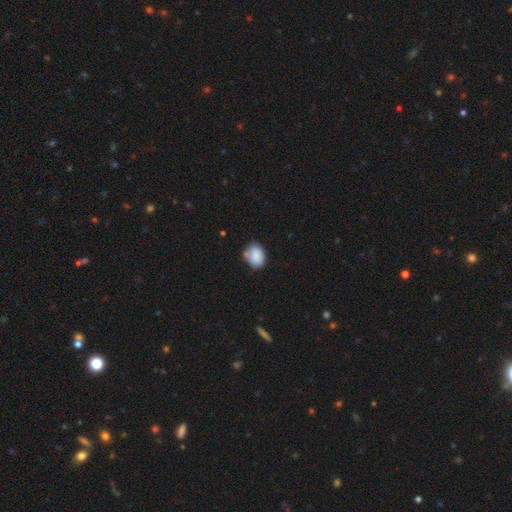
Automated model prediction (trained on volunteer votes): This appears to be a smooth galaxy with no disk features (85%) that is in between round and cigar-shaped (50%). Merging: none (60%).